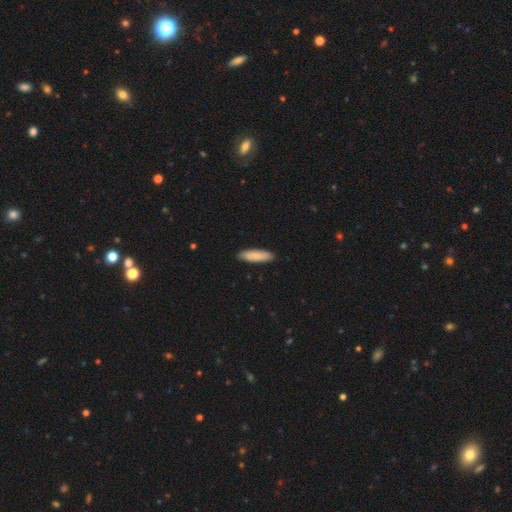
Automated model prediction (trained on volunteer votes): Smooth or featured? Predicted: smooth (p=0.86). How rounded? Predicted: cigar-shaped (p=0.62). Merging? Predicted: none (p=0.90).